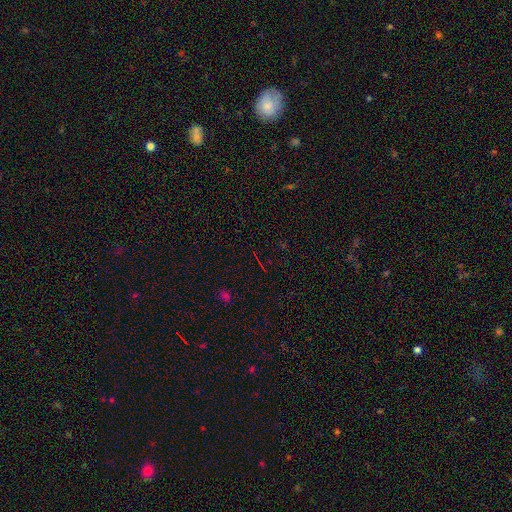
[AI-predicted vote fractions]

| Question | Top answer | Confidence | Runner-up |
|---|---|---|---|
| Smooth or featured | star or artifact | 75% | smooth (14%) |